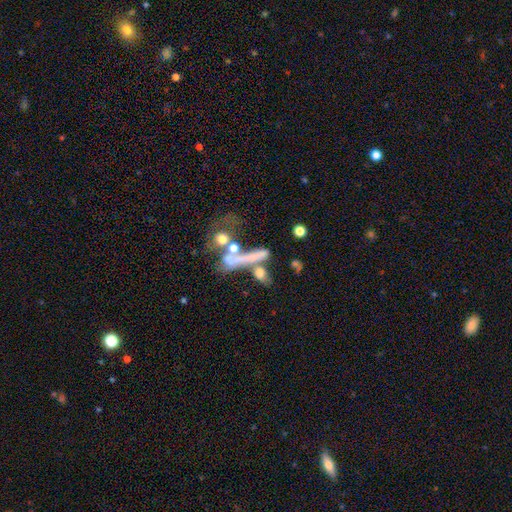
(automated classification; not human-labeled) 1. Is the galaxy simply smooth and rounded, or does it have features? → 45% smooth, 39% featured or disk, 16% star or artifact.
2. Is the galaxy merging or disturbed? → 37% merger, 30% none, 20% major disturbance, 13% minor disturbance.